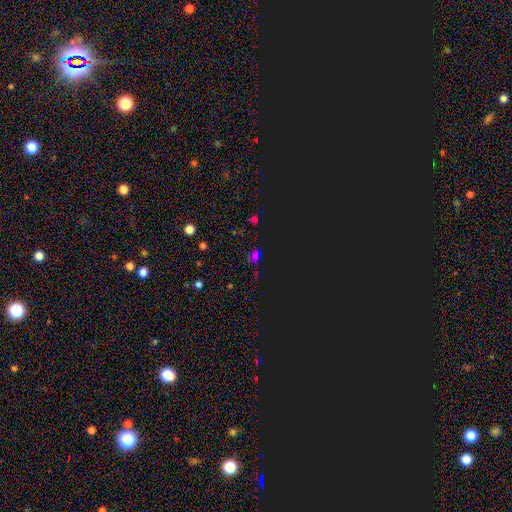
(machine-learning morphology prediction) smooth_or_featured: star or artifact (p=0.59) [alt: smooth p=0.35]